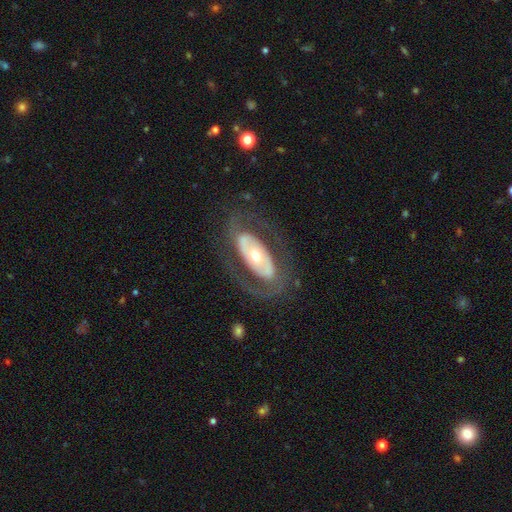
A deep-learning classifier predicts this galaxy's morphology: Smooth or featured?
  - featured or disk: 76% *
  - smooth: 19%
  - star or artifact: 5%
Edge-on disk?
  - no: 91% *
  - yes: 9%
Bar?
  - no: 64% *
  - strong: 19%
  - weak: 17%
Spiral arms?
  - yes: 51% *
  - no: 49%
Bulge size?
  - moderate: 57% *
  - small: 34%
  - large: 7%
  - dominant: 2%
  - none: 1%
Merging?
  - none: 73% *
  - major disturbance: 13%
  - minor disturbance: 13%
  - merger: 1%